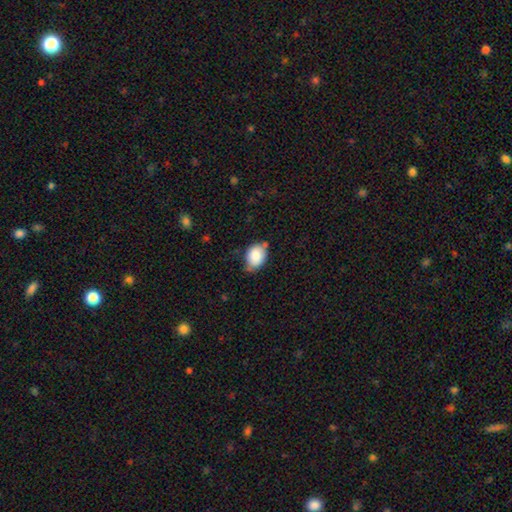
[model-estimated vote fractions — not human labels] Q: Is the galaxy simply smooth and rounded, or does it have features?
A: smooth — 83%.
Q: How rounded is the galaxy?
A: in between — 70%.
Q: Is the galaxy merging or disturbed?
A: none — 60%.